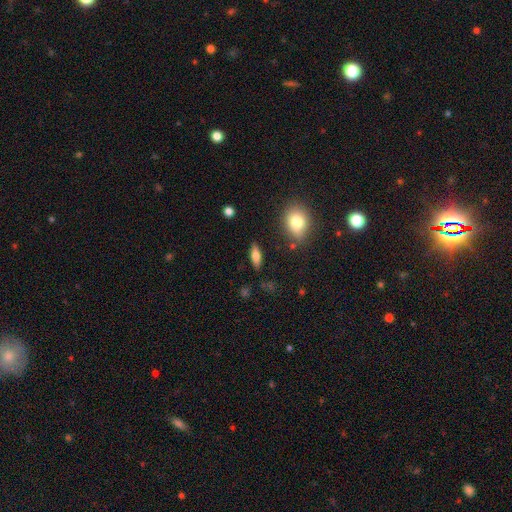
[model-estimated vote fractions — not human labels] The model was most divided on "how rounded": in between: 60%, cigar-shaped: 37%, round: 3%. More confident: merging — none (84%); smooth or featured — smooth (67%).